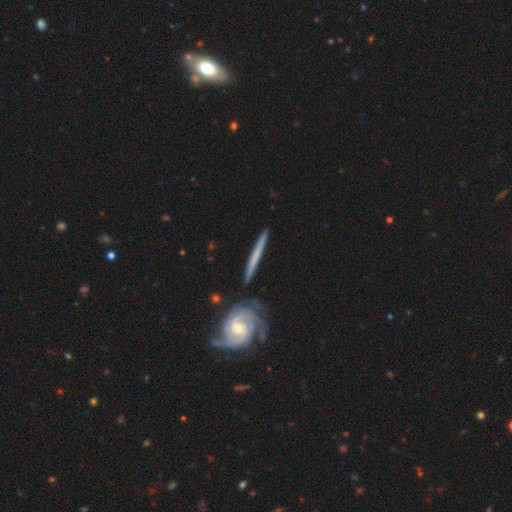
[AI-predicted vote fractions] Smooth or featured?
  - featured or disk: 63% *
  - smooth: 32%
  - star or artifact: 5%
Edge-on disk?
  - yes: 86% *
  - no: 14%
Edge-on bulge?
  - none: 81% *
  - rounded: 14%
  - boxy: 5%
Merging?
  - none: 84% *
  - minor disturbance: 10%
  - merger: 4%
  - major disturbance: 2%